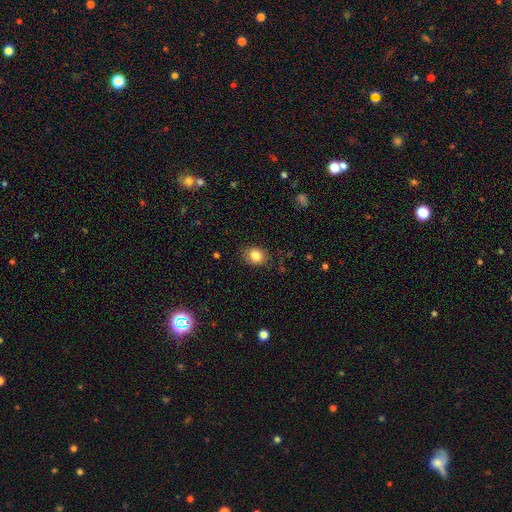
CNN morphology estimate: smooth-or-featured: smooth: 84% | star or artifact: 10% | featured or disk: 7%
  how-rounded: in between: 52% | round: 47% | cigar-shaped: 1%
  merging: none: 81% | minor disturbance: 14% | major disturbance: 4% | merger: 1%